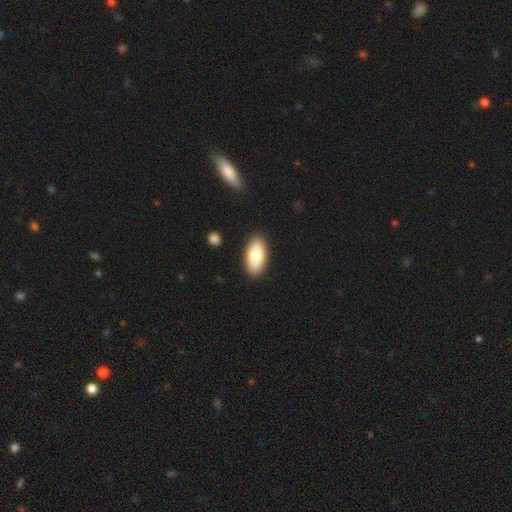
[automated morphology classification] Smooth or featured: smooth — 83% (featured or disk — 11%)
How rounded: in between — 92% (cigar-shaped — 5%)
Merging: none — 89% (minor disturbance — 8%)